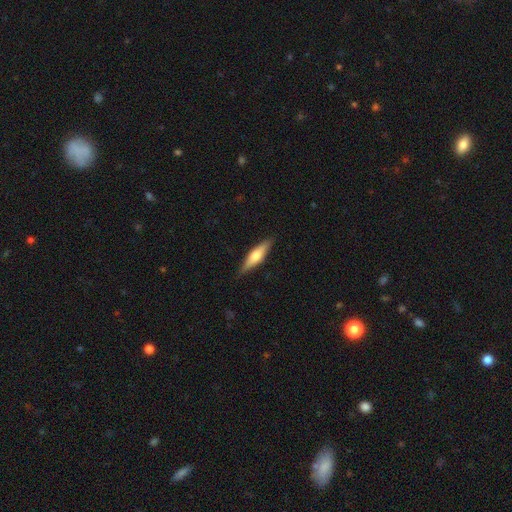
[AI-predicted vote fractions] Smooth or featured: smooth — 51% (featured or disk — 43%)
How rounded: cigar-shaped — 67% (in between — 31%)
Merging: none — 86% (minor disturbance — 11%)